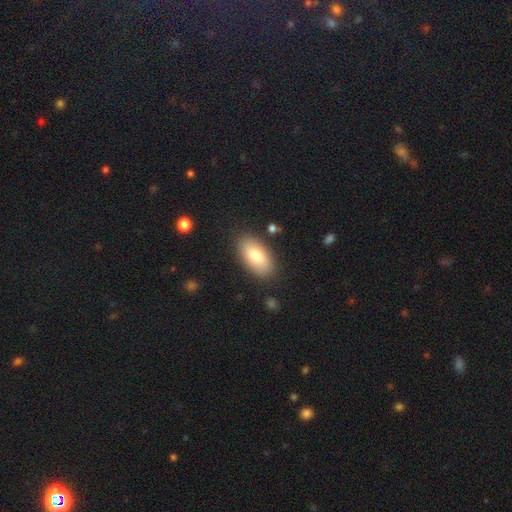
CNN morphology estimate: Smooth or featured?
  - smooth: 79% *
  - featured or disk: 15%
  - star or artifact: 6%
How rounded?
  - in between: 93% *
  - cigar-shaped: 4%
  - round: 3%
Merging?
  - none: 86% *
  - minor disturbance: 10%
  - major disturbance: 3%
  - merger: 2%